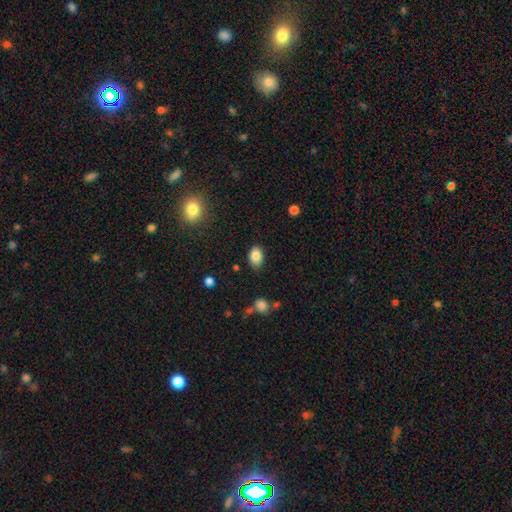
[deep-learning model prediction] A smooth galaxy with no disk features (85%) that is in between round and cigar-shaped (83%). Merging: none (82%).